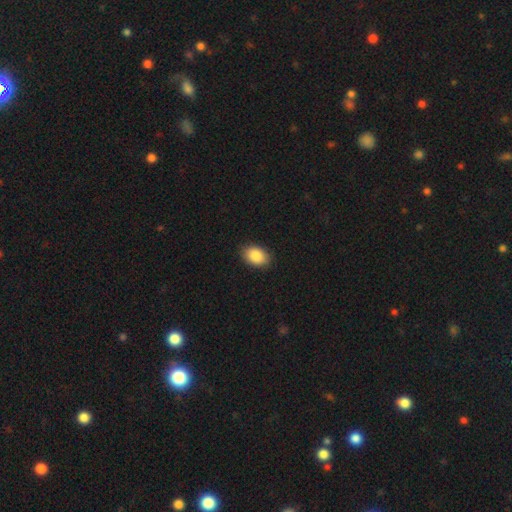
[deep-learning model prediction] Morphology: type=smooth (89%); roundness=in between (84%); merging=none (88%).